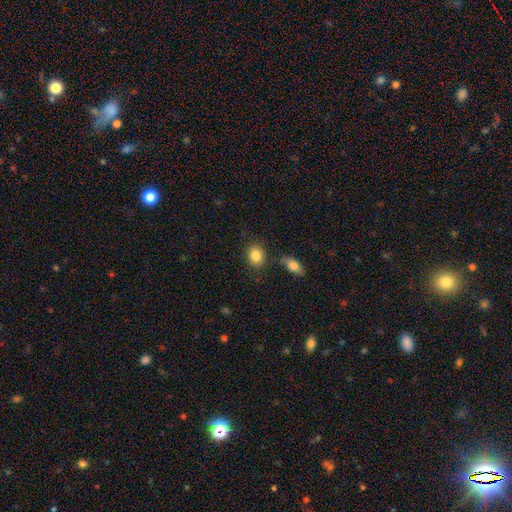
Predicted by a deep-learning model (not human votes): Smooth or featured? smooth (85%)
How rounded? round (53%)
Merging? none (77%)